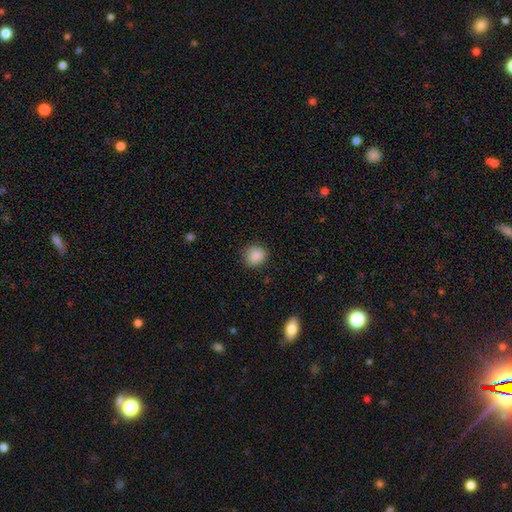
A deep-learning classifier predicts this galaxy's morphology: Smooth or featured? smooth (88%)
How rounded? round (84%)
Merging? none (87%)